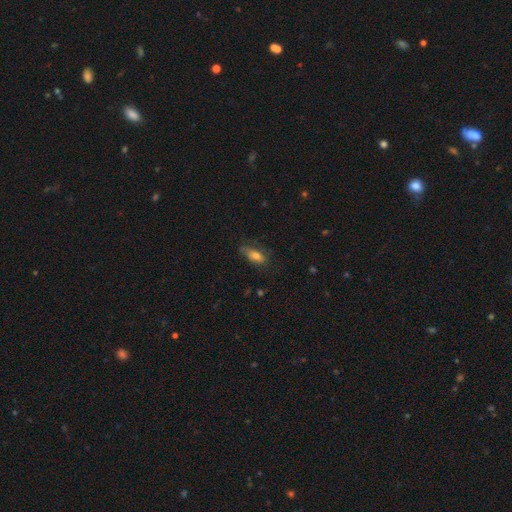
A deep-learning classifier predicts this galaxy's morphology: Q: Smooth or featured?
A: smooth (73%); runner-up: featured or disk (18%)
Q: How rounded?
A: in between (78%); runner-up: cigar-shaped (18%)
Q: Merging?
A: none (62%); runner-up: minor disturbance (27%)